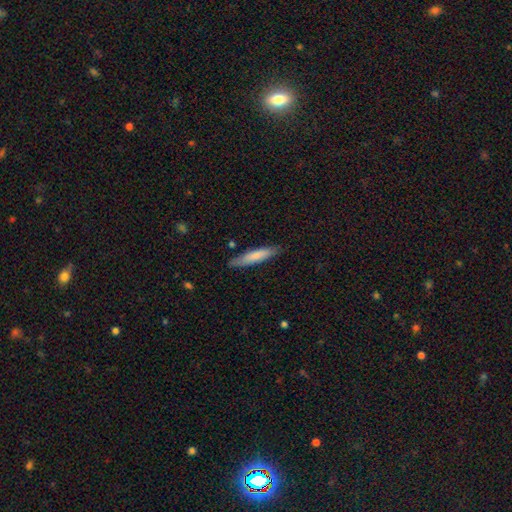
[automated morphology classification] Q: Smooth or featured?
A: smooth (76%); runner-up: featured or disk (19%)
Q: How rounded?
A: cigar-shaped (86%); runner-up: in between (13%)
Q: Merging?
A: none (83%); runner-up: minor disturbance (13%)